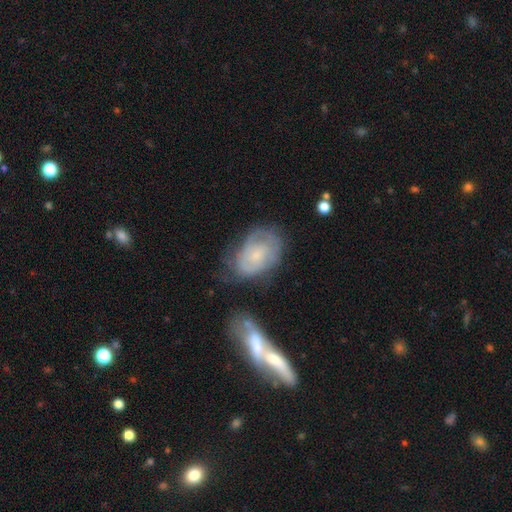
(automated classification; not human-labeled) Smooth or featured: featured or disk — 59% (smooth — 34%)
Edge-on disk: no — 95% (yes — 5%)
Bar: no — 72% (weak — 24%)
Spiral arms: yes — 76% (no — 24%)
Bulge size: small — 62% (moderate — 24%)
Merging: none — 53% (minor disturbance — 25%)